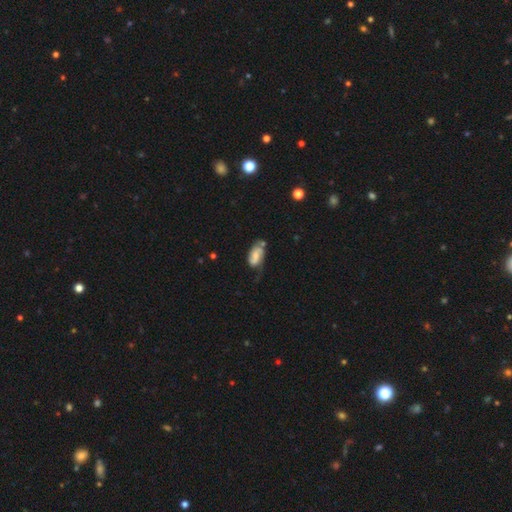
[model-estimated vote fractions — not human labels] A featured or disk galaxy (49%). Merging: none (39%).